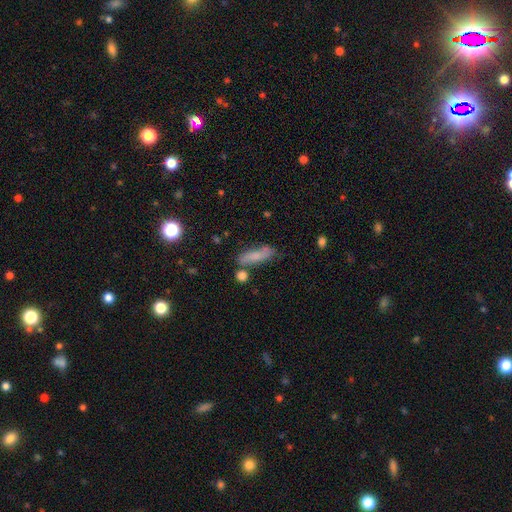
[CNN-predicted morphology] smooth_or_featured: smooth (p=0.70) [alt: featured or disk p=0.21]
how_rounded: cigar-shaped (p=0.58) [alt: in between p=0.38]
merging: none (p=0.63) [alt: minor disturbance p=0.20]